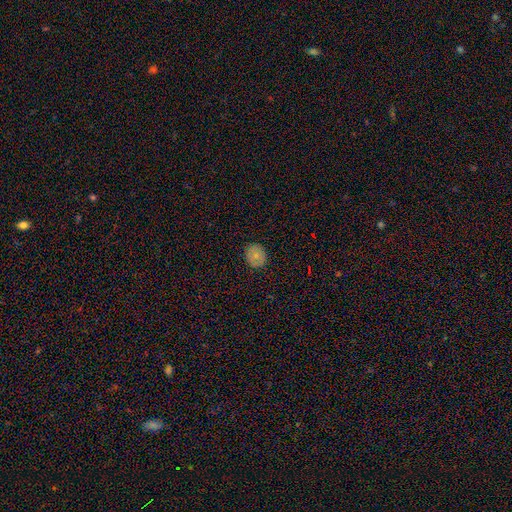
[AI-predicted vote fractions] Smooth or featured?
  - smooth: 74% *
  - featured or disk: 17%
  - star or artifact: 9%
How rounded?
  - round: 75% *
  - in between: 24%
  - cigar-shaped: 1%
Merging?
  - none: 88% *
  - minor disturbance: 9%
  - major disturbance: 2%
  - merger: 1%